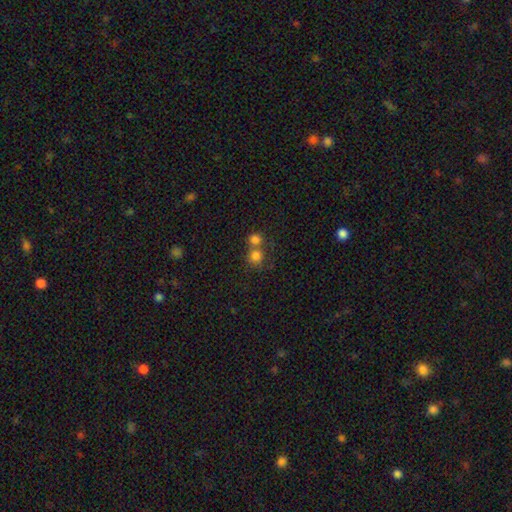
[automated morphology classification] A smooth galaxy with no disk features (79%) that is round (87%). Merging: none (46%).